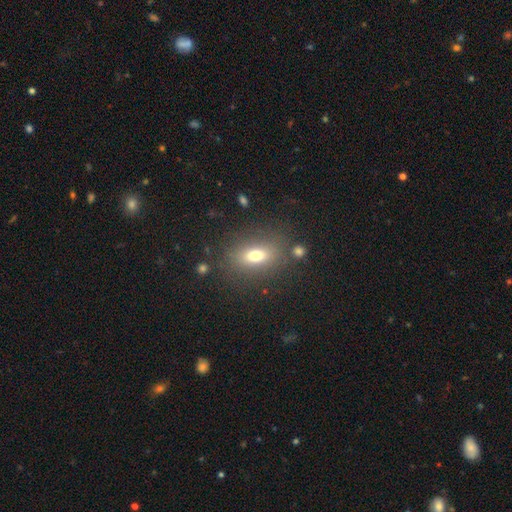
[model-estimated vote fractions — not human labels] Morphology: type=smooth (71%); roundness=in between (74%); merging=none (79%).